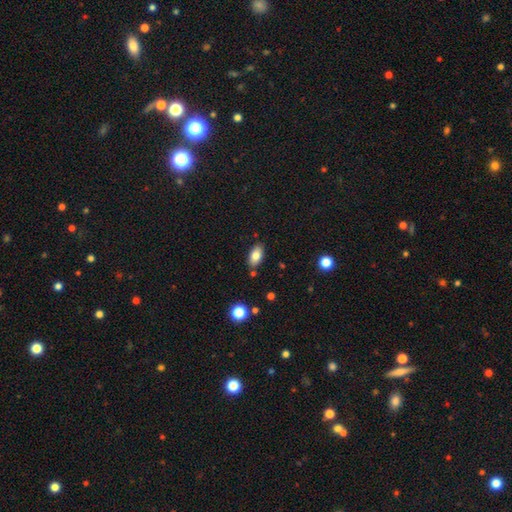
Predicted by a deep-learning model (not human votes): Smooth or featured? Predicted: smooth (p=0.82). How rounded? Predicted: in between (p=0.91). Merging? Predicted: none (p=0.83).